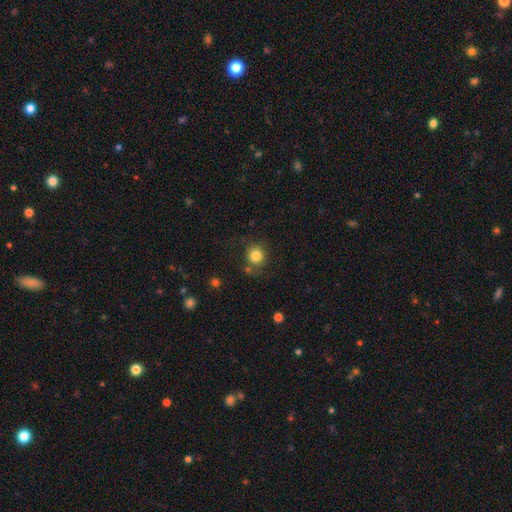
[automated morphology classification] The model was most divided on "merging": none: 76%, minor disturbance: 11%, merger: 8%, major disturbance: 4%. More confident: how rounded — round (91%); smooth or featured — smooth (82%).